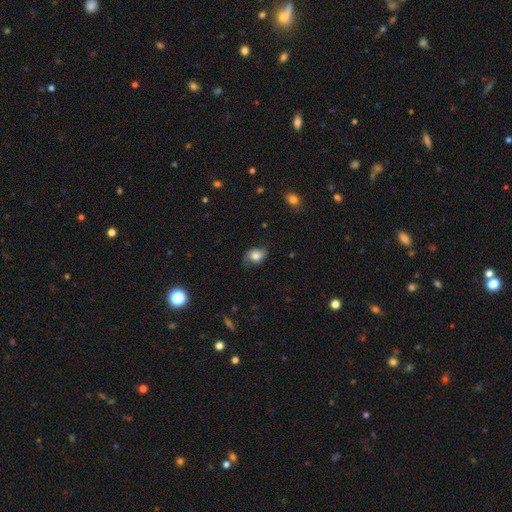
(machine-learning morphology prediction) Smooth or featured: smooth — 76% (featured or disk — 15%)
How rounded: in between — 68% (round — 31%)
Merging: none — 68% (minor disturbance — 24%)